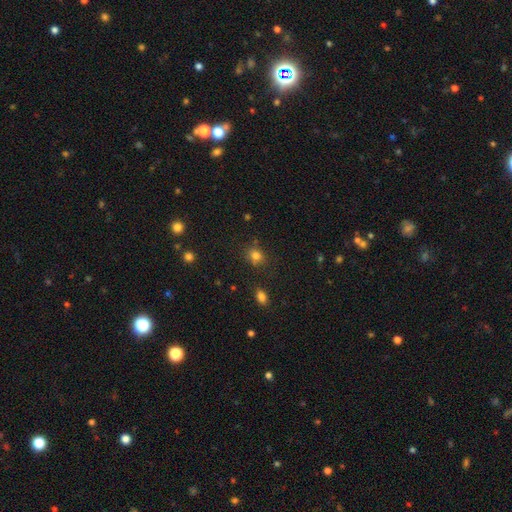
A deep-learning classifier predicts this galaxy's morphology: A smooth galaxy with no disk features (78%) that is round (65%).

Vote fractions:
- Smooth or featured? smooth: 78% / star or artifact: 15% / featured or disk: 7%
- How rounded? round: 65% / in between: 33% / cigar-shaped: 1%
- Merging? none: 73% / minor disturbance: 16% / merger: 5% / major disturbance: 5%